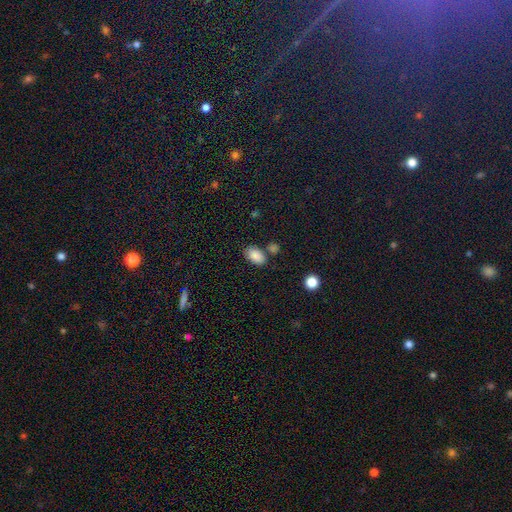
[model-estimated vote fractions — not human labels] smooth-or-featured: smooth: 88% | star or artifact: 8% | featured or disk: 4%
  how-rounded: in between: 91% | round: 7% | cigar-shaped: 2%
  merging: none: 73% | minor disturbance: 13% | merger: 10% | major disturbance: 4%